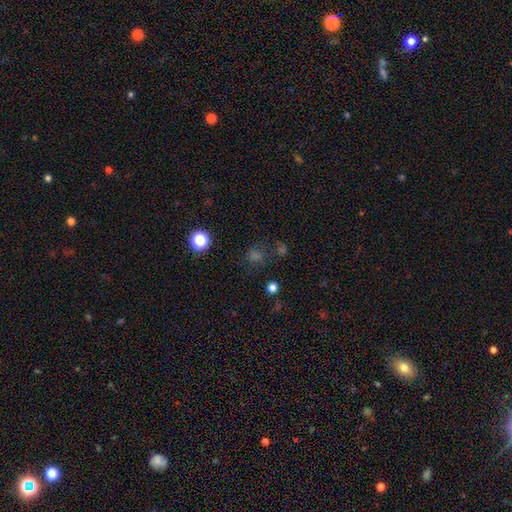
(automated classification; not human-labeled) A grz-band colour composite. It shows a smooth galaxy with no disk features (51%) that is round (84%). Merging: none (75%).